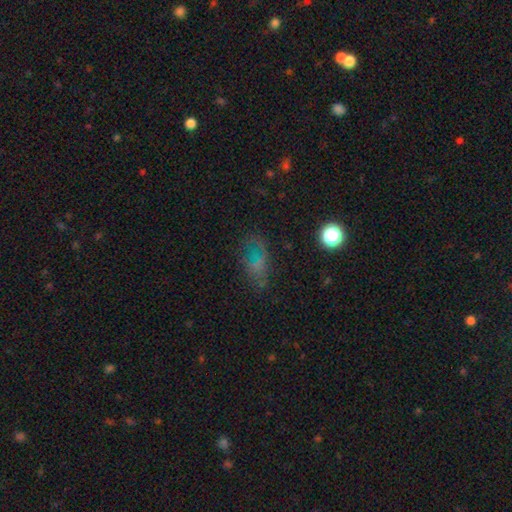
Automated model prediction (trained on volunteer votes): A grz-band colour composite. It shows a smooth galaxy with no disk features (48%). Merging: none (56%).